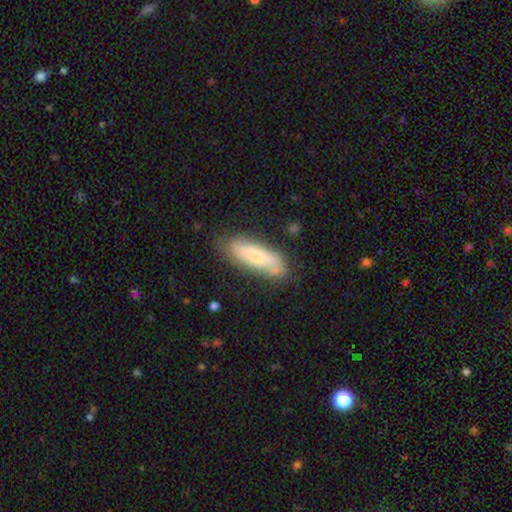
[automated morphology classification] smooth 64%, featured or disk 29%, star or artifact 7%. Down the decision tree: how rounded — in between (52%); merging — none (70%).